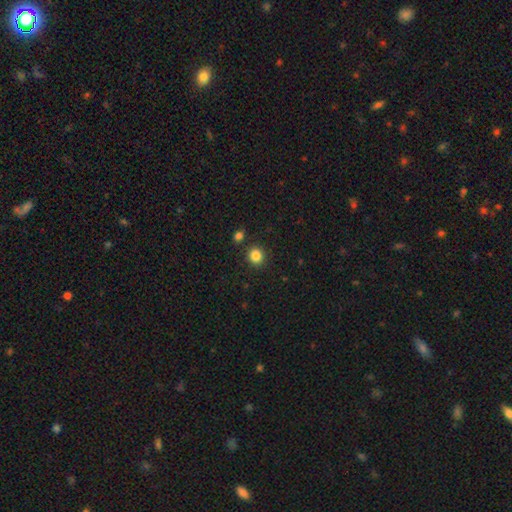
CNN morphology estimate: This appears to be a smooth galaxy with no disk features (85%) that is round (87%). Merging: none (87%).